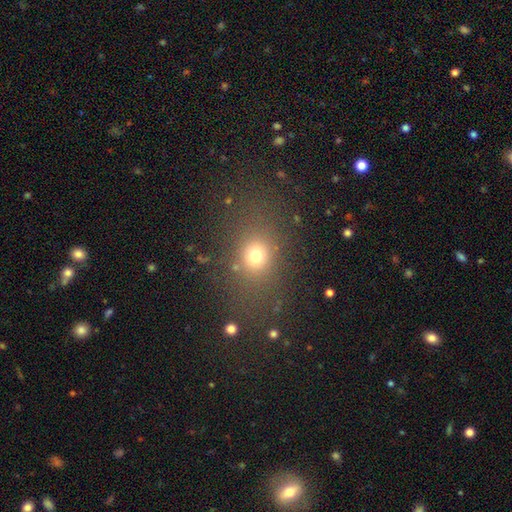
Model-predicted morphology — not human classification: A smooth galaxy with no disk features (72%) that is round (57%).

Vote fractions:
- Smooth or featured? smooth: 72% / star or artifact: 19% / featured or disk: 9%
- How rounded? round: 57% / in between: 41% / cigar-shaped: 2%
- Merging? none: 71% / minor disturbance: 13% / major disturbance: 10% / merger: 5%